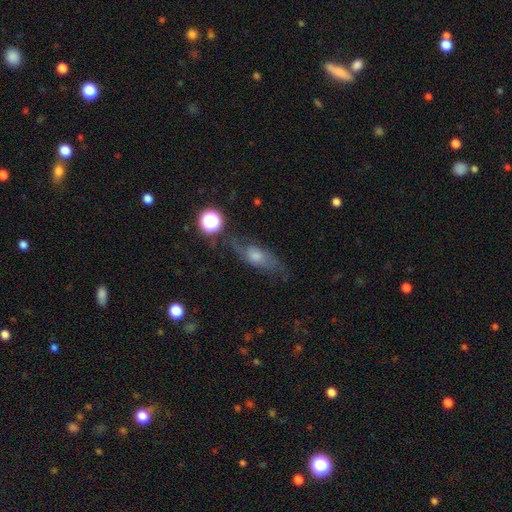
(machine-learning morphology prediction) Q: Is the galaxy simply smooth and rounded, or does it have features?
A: featured or disk — 47%.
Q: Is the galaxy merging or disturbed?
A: none — 65%.